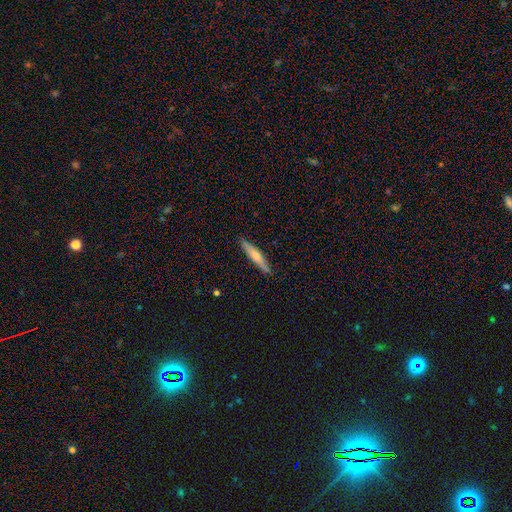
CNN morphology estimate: Smooth or featured?
  - smooth: 61% *
  - featured or disk: 33%
  - star or artifact: 5%
How rounded?
  - cigar-shaped: 89% *
  - in between: 9%
  - round: 1%
Merging?
  - none: 87% *
  - minor disturbance: 10%
  - major disturbance: 2%
  - merger: 1%